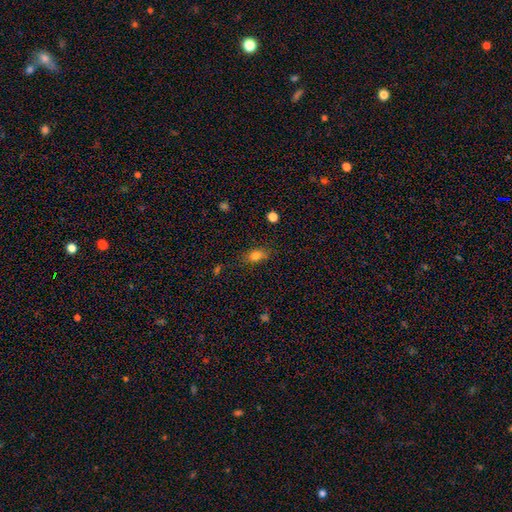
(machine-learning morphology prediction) Smooth or featured? Predicted: smooth (p=0.80). How rounded? Predicted: in between (p=0.77). Merging? Predicted: none (p=0.78).